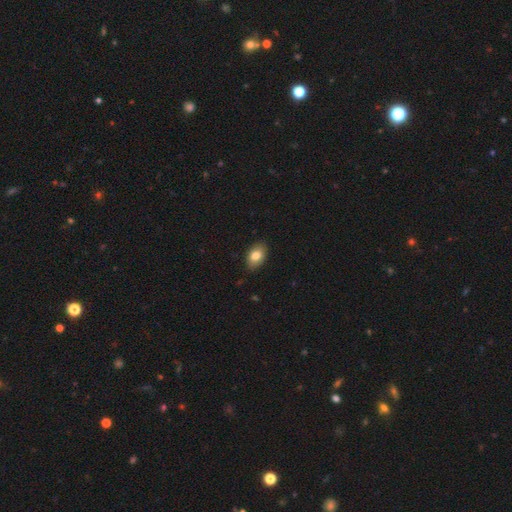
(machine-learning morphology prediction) Q: Smooth or featured?
A: smooth (81%); runner-up: featured or disk (11%)
Q: How rounded?
A: in between (88%); runner-up: round (10%)
Q: Merging?
A: none (85%); runner-up: minor disturbance (12%)